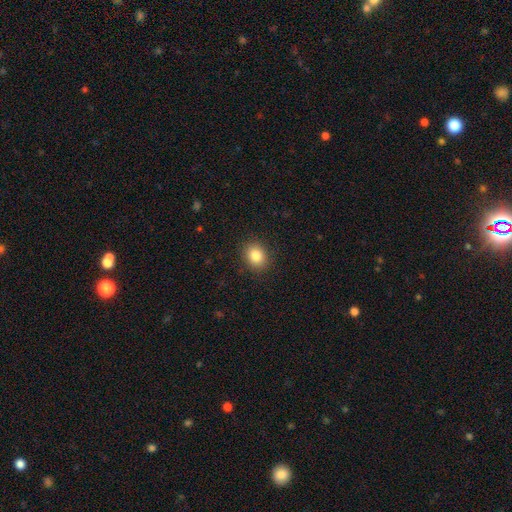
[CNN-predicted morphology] Overall: smooth (84%). How rounded: round (58%; in between 41%). Merging: none (89%).